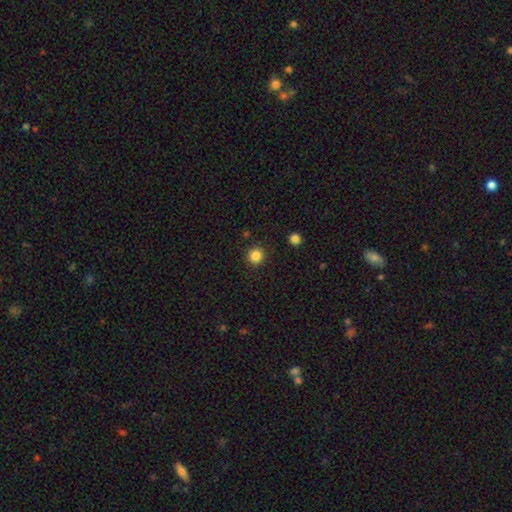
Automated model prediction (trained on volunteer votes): Overall: smooth (84%). How rounded: round (93%). Merging: none (91%).